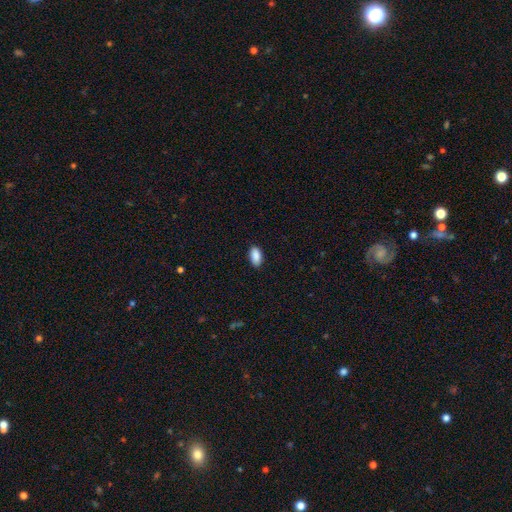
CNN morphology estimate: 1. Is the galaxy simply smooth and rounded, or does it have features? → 90% smooth, 6% star or artifact, 3% featured or disk.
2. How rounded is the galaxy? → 94% in between, 3% round, 3% cigar-shaped.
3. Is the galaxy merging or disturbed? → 88% none, 9% minor disturbance, 2% major disturbance, 1% merger.